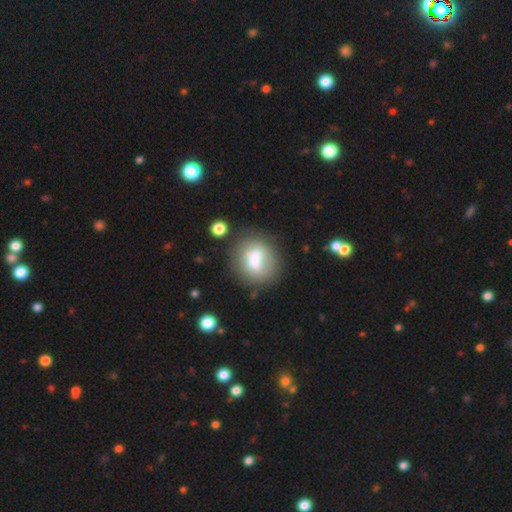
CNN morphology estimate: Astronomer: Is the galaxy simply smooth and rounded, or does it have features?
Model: smooth — 69%.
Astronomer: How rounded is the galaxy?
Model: round — 61% (runner-up: in between, 37%).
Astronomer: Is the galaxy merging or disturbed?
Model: none — 66%.